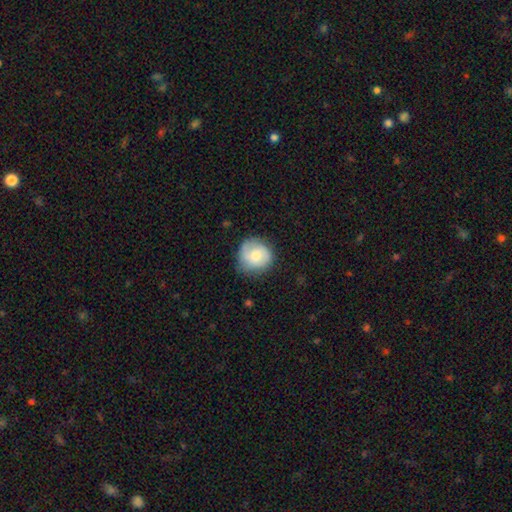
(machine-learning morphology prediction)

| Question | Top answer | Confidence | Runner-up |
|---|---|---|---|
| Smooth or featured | smooth | 52% | featured or disk (41%) |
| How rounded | round | 87% | in between (12%) |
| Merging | none | 74% | minor disturbance (19%) |